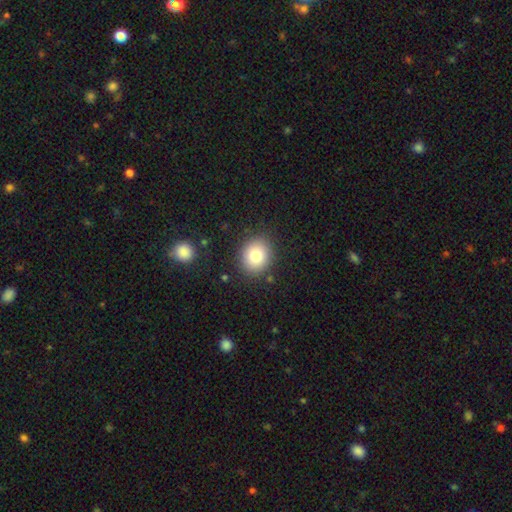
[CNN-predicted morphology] This is likely a smooth galaxy (79%). How rounded: likely round (73%). Merging: clearly none (86%).